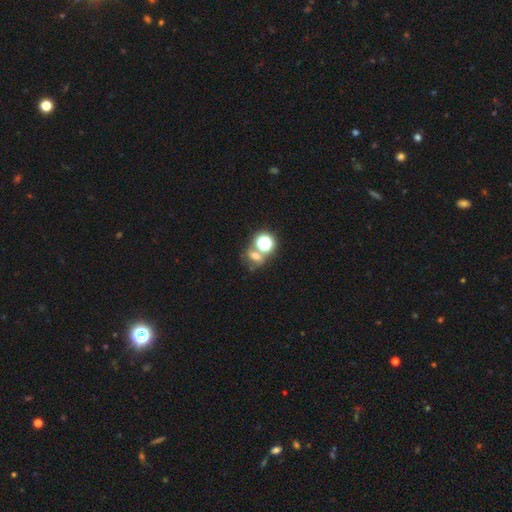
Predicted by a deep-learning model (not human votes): This appears to be a smooth galaxy with no disk features (47%). Merging: none (49%).